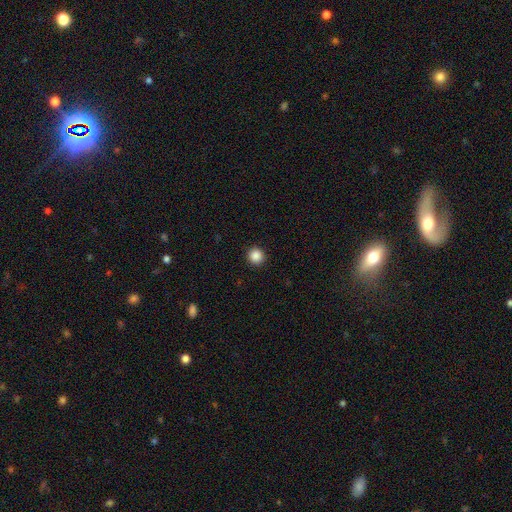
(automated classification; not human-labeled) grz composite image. It shows a smooth galaxy with no disk features (87%) that is round (94%). Merging: none (93%).